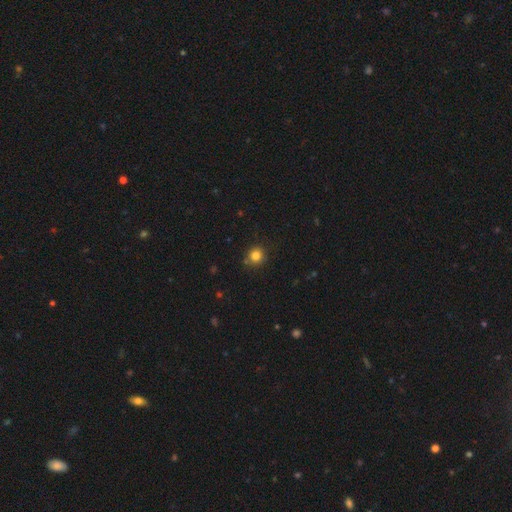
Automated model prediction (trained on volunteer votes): This appears to be a smooth galaxy with no disk features (82%) that is round (90%). Merging: none (84%).